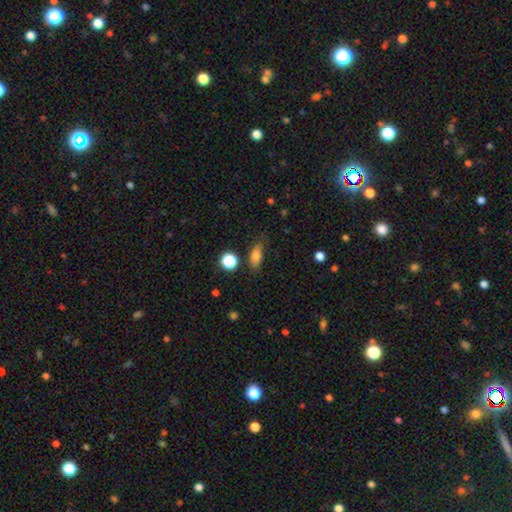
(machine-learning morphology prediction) Smooth or featured? smooth (78%)
How rounded? in between (71%)
Merging? none (68%)